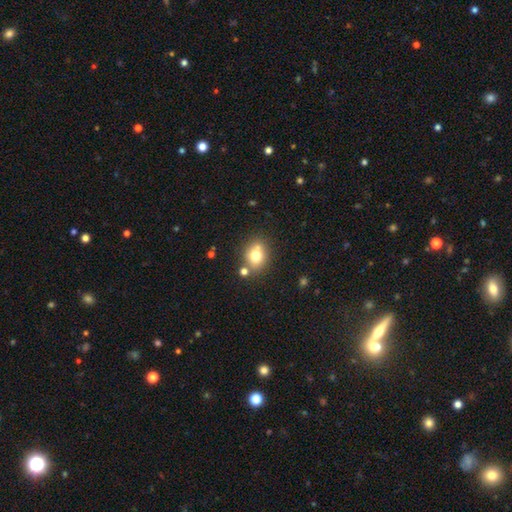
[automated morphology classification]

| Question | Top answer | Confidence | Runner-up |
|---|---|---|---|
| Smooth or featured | smooth | 74% | featured or disk (14%) |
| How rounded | round | 53% | in between (46%) |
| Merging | none | 68% | merger (15%) |